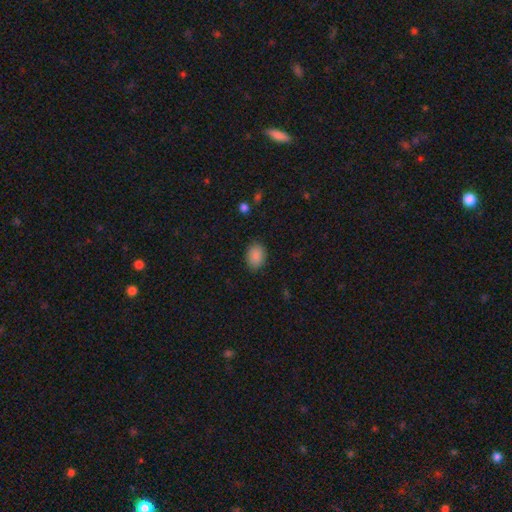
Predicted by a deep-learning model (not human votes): smooth 89%, star or artifact 8%, featured or disk 3%. Down the decision tree: how rounded — in between (73%); merging — none (86%).